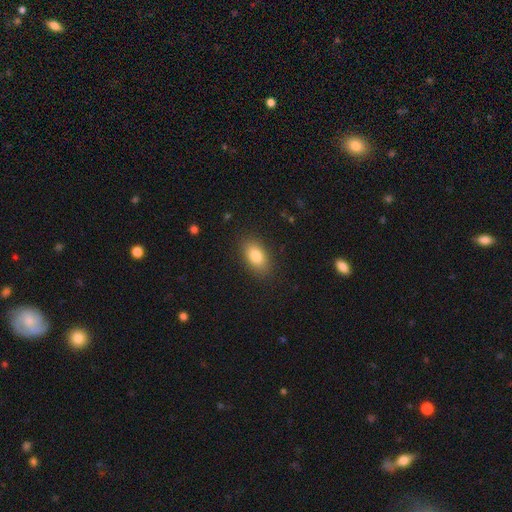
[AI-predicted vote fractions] Q: Smooth or featured?
A: smooth (84%); runner-up: featured or disk (8%)
Q: How rounded?
A: in between (90%); runner-up: round (6%)
Q: Merging?
A: none (87%); runner-up: minor disturbance (9%)